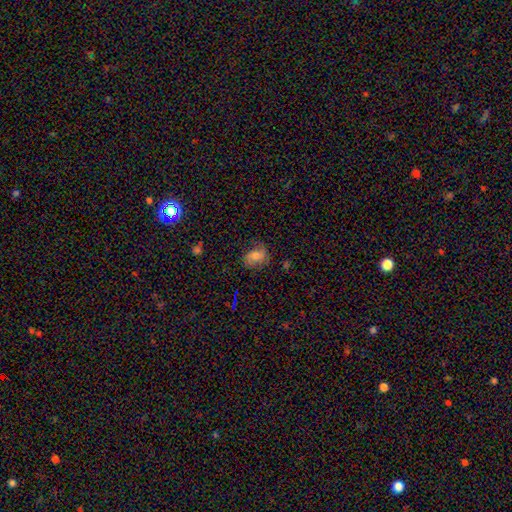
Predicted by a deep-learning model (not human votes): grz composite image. It shows a smooth galaxy with no disk features (62%) that is in between round and cigar-shaped (69%). Merging: none (63%).